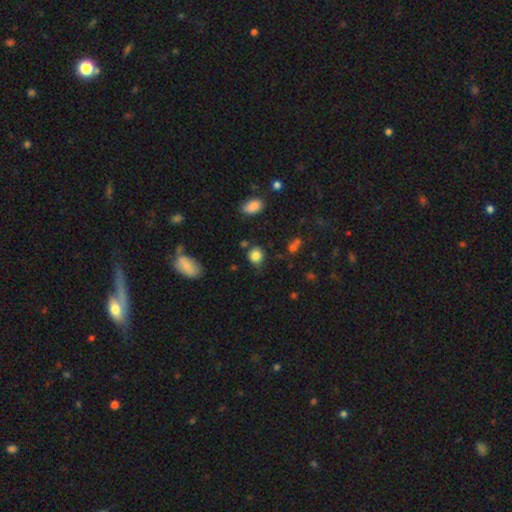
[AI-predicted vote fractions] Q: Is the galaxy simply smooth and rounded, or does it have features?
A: smooth — 84%.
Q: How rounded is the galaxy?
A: round — 72%.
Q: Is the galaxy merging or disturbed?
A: none — 69%.